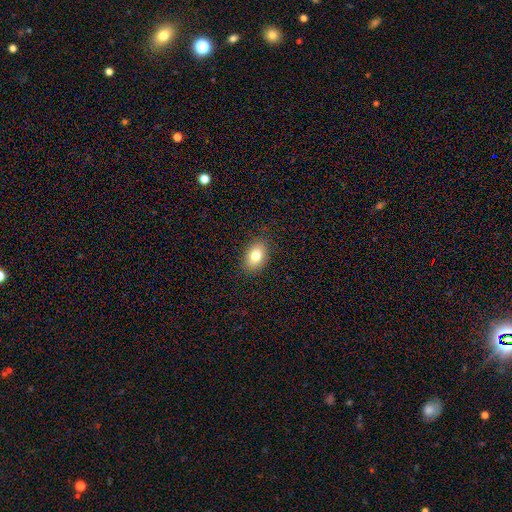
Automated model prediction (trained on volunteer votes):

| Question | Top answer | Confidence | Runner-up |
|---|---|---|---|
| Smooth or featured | smooth | 79% | featured or disk (12%) |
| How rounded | in between | 82% | round (17%) |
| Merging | none | 88% | minor disturbance (9%) |